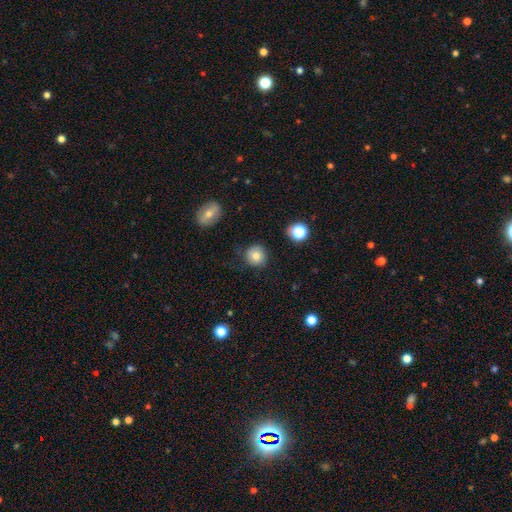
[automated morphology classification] Q: Smooth or featured?
A: smooth (80%); runner-up: star or artifact (11%)
Q: How rounded?
A: round (90%); runner-up: in between (9%)
Q: Merging?
A: none (81%); runner-up: minor disturbance (14%)